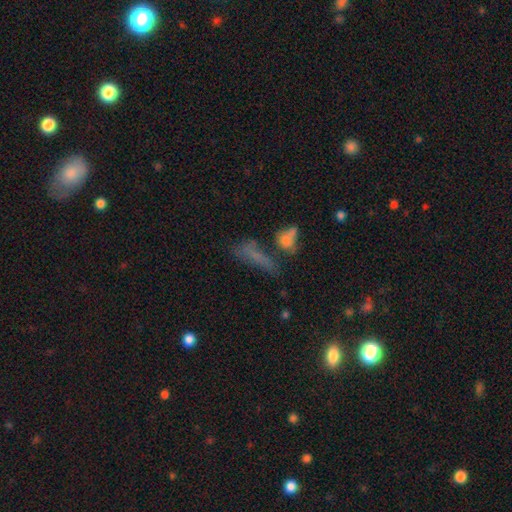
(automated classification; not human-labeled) smooth 55%, star or artifact 23%, featured or disk 22%. Down the decision tree: how rounded — cigar-shaped (58%); merging — none (46%).